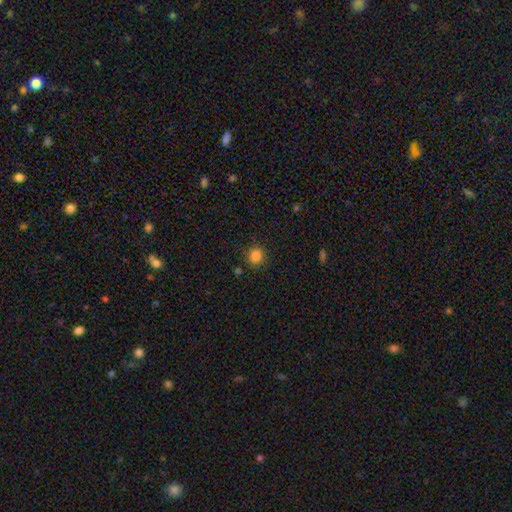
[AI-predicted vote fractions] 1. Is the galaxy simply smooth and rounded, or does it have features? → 84% smooth, 12% star or artifact, 4% featured or disk.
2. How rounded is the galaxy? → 83% round, 16% in between, 1% cigar-shaped.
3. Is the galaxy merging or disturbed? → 85% none, 10% minor disturbance, 3% major disturbance, 3% merger.